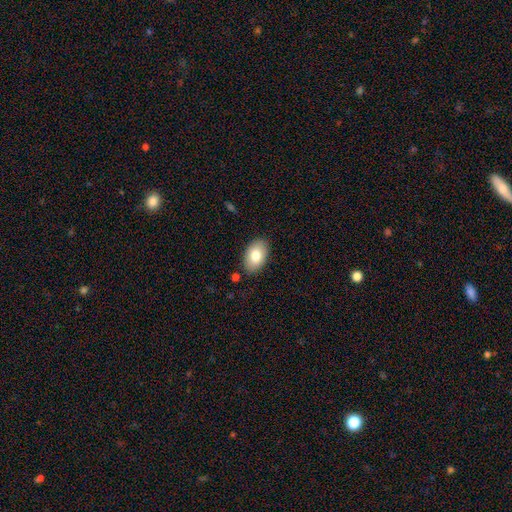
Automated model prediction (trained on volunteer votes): Smooth or featured?
  - smooth: 81% *
  - featured or disk: 13%
  - star or artifact: 7%
How rounded?
  - in between: 91% *
  - round: 8%
  - cigar-shaped: 1%
Merging?
  - none: 86% *
  - minor disturbance: 10%
  - major disturbance: 2%
  - merger: 2%